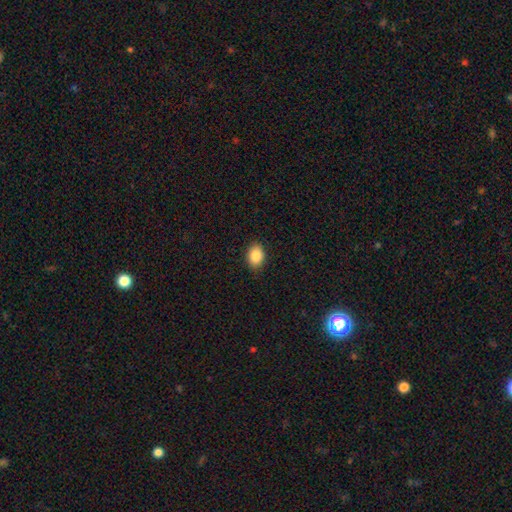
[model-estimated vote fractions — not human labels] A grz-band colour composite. It shows a smooth galaxy with no disk features (87%) that is in between round and cigar-shaped (74%). Merging: none (89%).